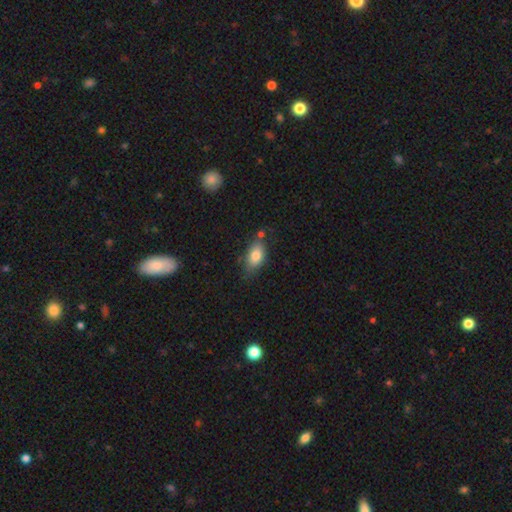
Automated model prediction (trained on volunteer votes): The model was most divided on "merging": none: 68%, minor disturbance: 20%, merger: 8%, major disturbance: 5%. More confident: how rounded — in between (89%); smooth or featured — smooth (81%).